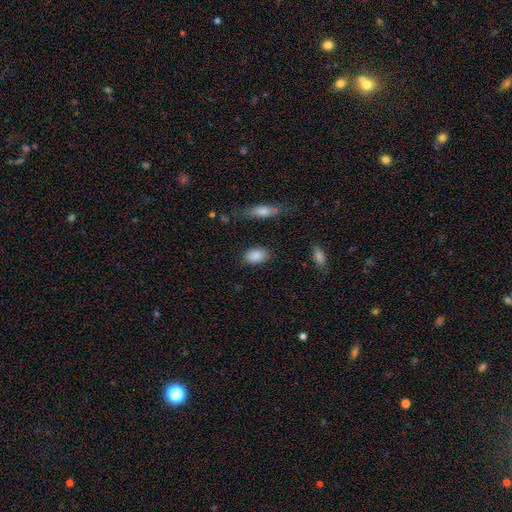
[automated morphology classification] smooth 88%, star or artifact 7%, featured or disk 5%. Down the decision tree: how rounded — in between (87%); merging — none (82%).